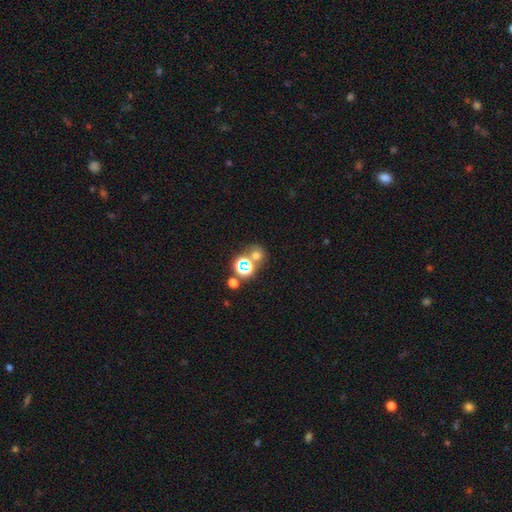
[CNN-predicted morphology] type=smooth (60%); roundness=round (82%); merging=none (54%).